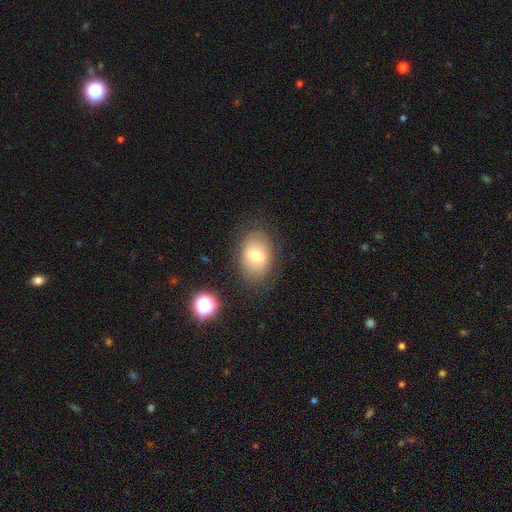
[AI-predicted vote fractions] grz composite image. It shows a smooth galaxy with no disk features (68%) that is in between round and cigar-shaped (74%). Merging: none (78%).